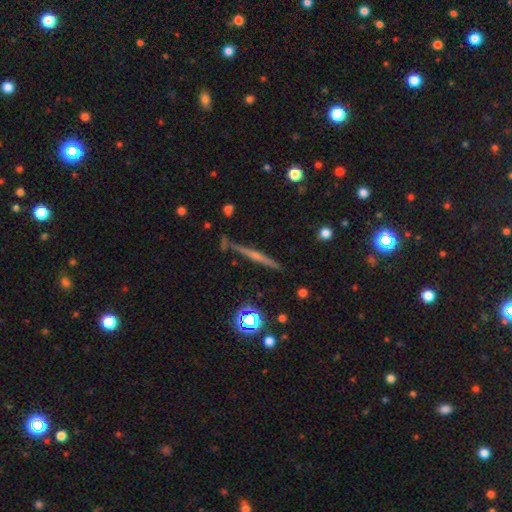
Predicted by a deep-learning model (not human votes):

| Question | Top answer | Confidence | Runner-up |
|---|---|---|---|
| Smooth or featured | featured or disk | 67% | smooth (22%) |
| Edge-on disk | yes | 97% | no (3%) |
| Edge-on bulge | rounded | 55% | none (36%) |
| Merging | none | 87% | minor disturbance (9%) |